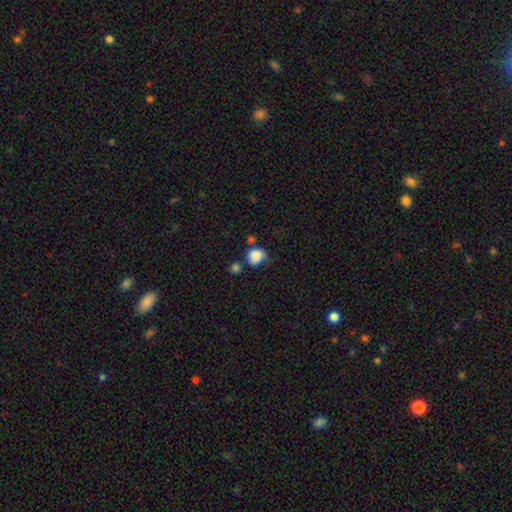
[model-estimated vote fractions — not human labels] Overall: smooth (84%). How rounded: round (63%; in between 36%). Merging: none (48%; minor disturbance 30%).